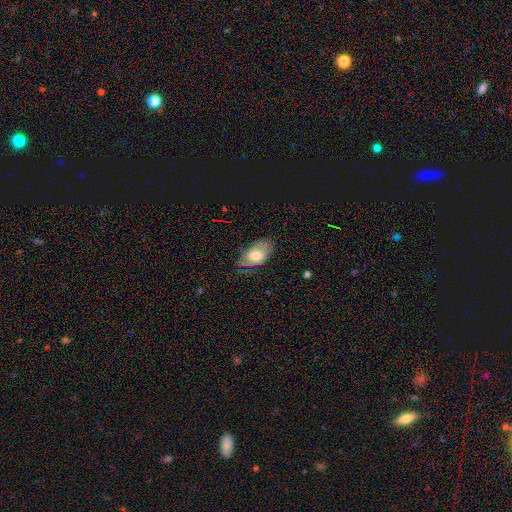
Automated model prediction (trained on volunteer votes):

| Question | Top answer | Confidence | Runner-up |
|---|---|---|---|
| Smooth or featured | smooth | 64% | featured or disk (27%) |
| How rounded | in between | 93% | round (5%) |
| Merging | none | 63% | minor disturbance (28%) |